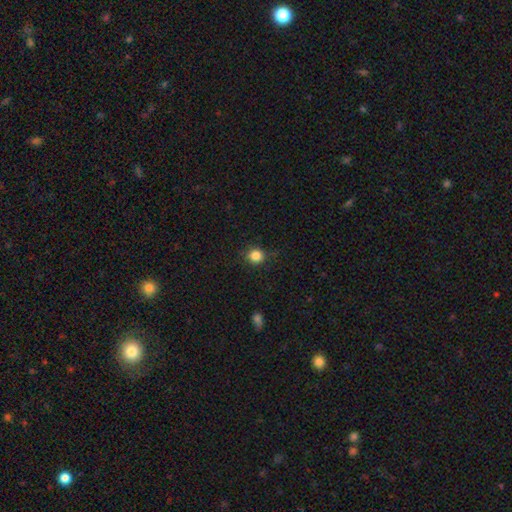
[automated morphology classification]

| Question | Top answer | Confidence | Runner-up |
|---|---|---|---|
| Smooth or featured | smooth | 85% | star or artifact (11%) |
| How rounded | round | 90% | in between (9%) |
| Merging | none | 85% | minor disturbance (11%) |